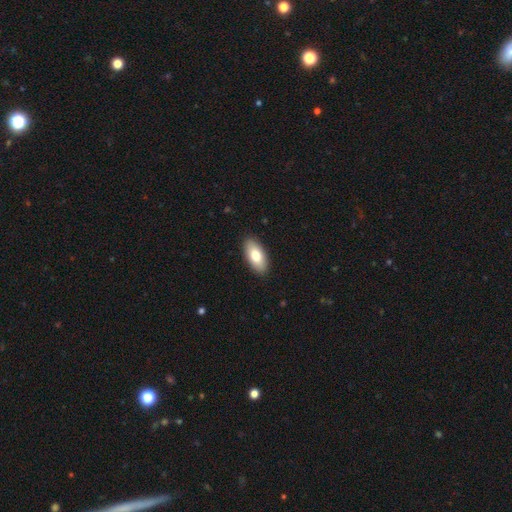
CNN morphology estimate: smooth 78%, featured or disk 16%, star or artifact 6%. Down the decision tree: how rounded — in between (91%); merging — none (89%).